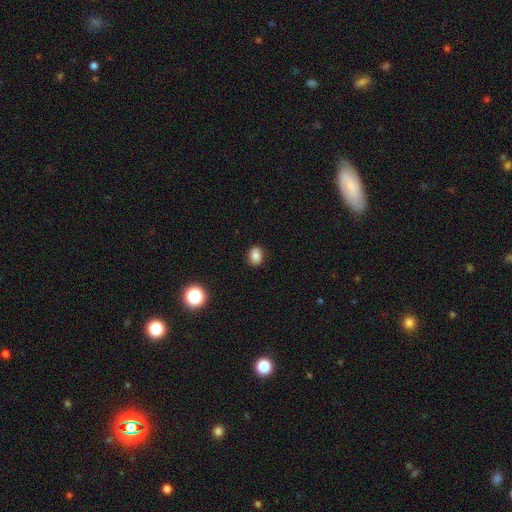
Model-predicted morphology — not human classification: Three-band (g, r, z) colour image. It shows a smooth galaxy with no disk features (84%) that is in between round and cigar-shaped (62%). Merging: none (87%).